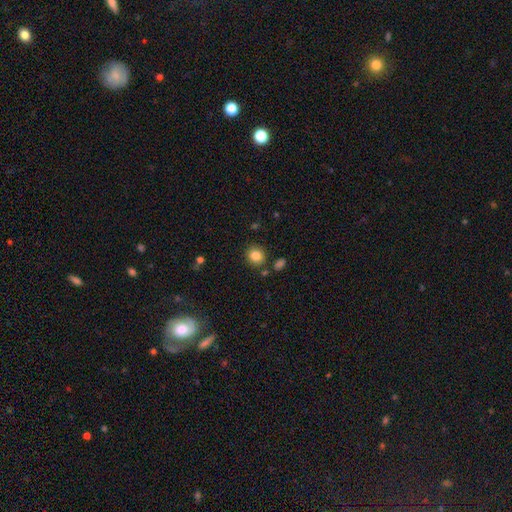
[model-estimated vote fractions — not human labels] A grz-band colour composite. It shows a smooth galaxy with no disk features (84%) that is round (83%). Merging: none (85%).